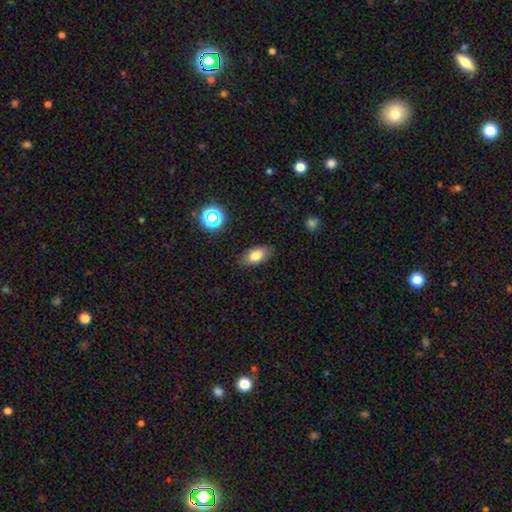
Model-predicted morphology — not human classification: This appears to be a smooth galaxy with no disk features (79%) that is in between round and cigar-shaped (88%). Merging: none (84%).